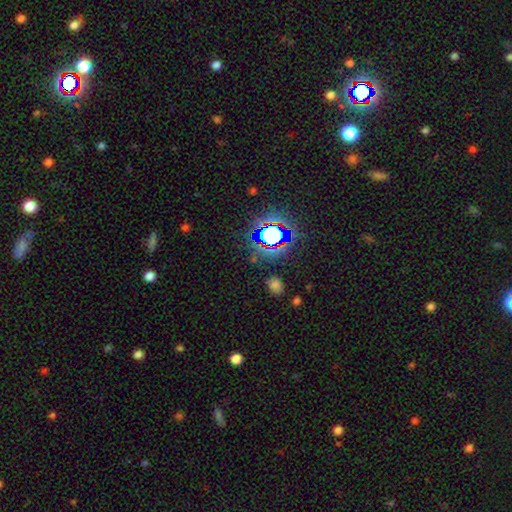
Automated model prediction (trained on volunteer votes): A star or artifact, not a galaxy (77%).